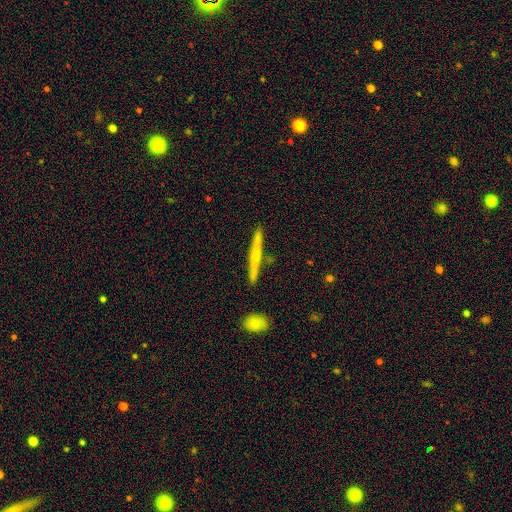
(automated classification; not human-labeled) Q: Smooth or featured?
A: featured or disk (51%); runner-up: smooth (43%)
Q: Edge-on disk?
A: yes (98%); runner-up: no (2%)
Q: Merging?
A: none (89%); runner-up: minor disturbance (7%)